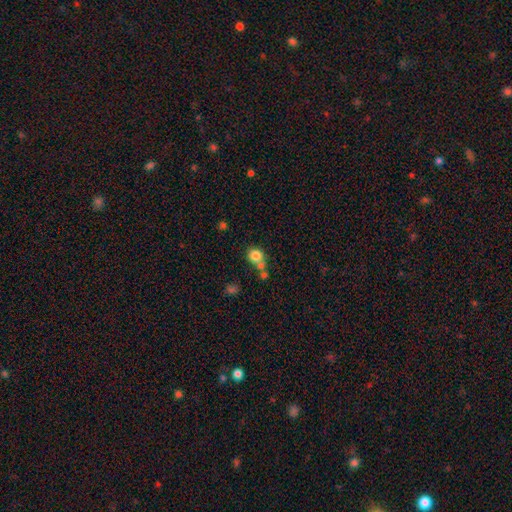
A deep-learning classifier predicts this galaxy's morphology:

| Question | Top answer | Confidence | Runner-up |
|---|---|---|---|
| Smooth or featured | smooth | 81% | star or artifact (11%) |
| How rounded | round | 83% | in between (16%) |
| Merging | none | 52% | merger (32%) |